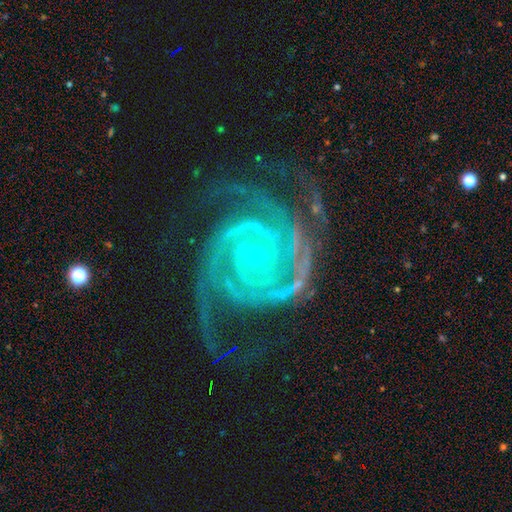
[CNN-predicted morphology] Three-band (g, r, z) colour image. It shows a featured or disk galaxy (93%) with no bar (70%), 2 (42%) tight (71%) spiral arms (99%) and a small central bulge (88%). Merging: none (68%).